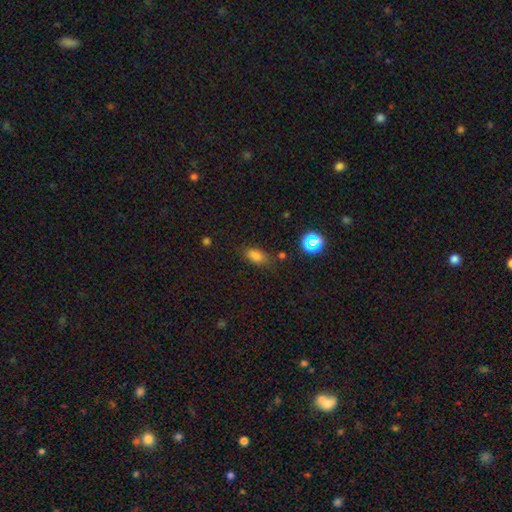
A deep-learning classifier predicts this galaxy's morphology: This is likely a smooth galaxy (74%). How rounded: clearly in between (84%). Merging: likely none (69%).